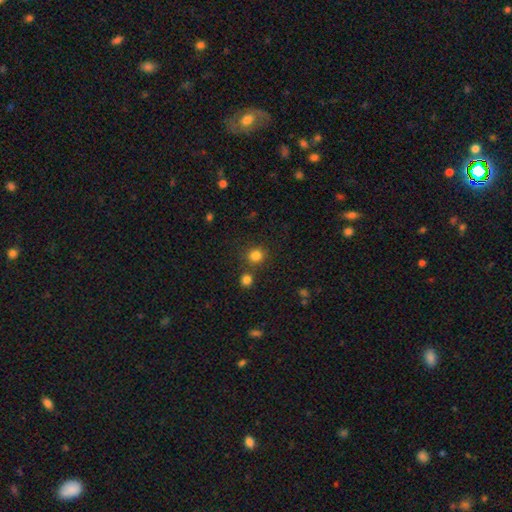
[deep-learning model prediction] smooth-or-featured: smooth: 81% | star or artifact: 14% | featured or disk: 5%
  how-rounded: round: 88% | in between: 11% | cigar-shaped: 1%
  merging: none: 78% | merger: 11% | minor disturbance: 8% | major disturbance: 3%